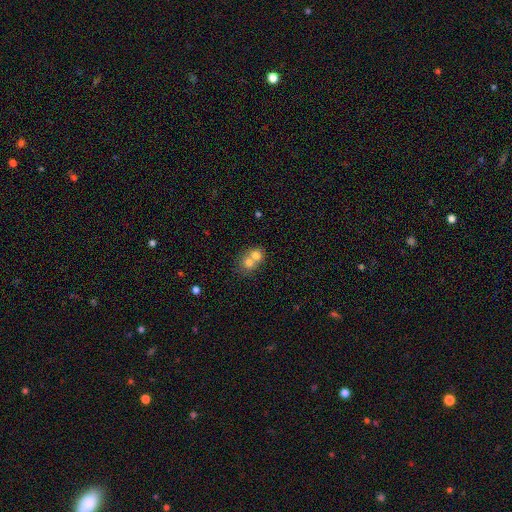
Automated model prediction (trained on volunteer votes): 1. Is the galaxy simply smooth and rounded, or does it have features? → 71% smooth, 19% featured or disk, 10% star or artifact.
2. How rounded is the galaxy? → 72% round, 27% in between, 1% cigar-shaped.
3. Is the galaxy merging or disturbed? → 71% merger, 23% none, 4% minor disturbance, 2% major disturbance.